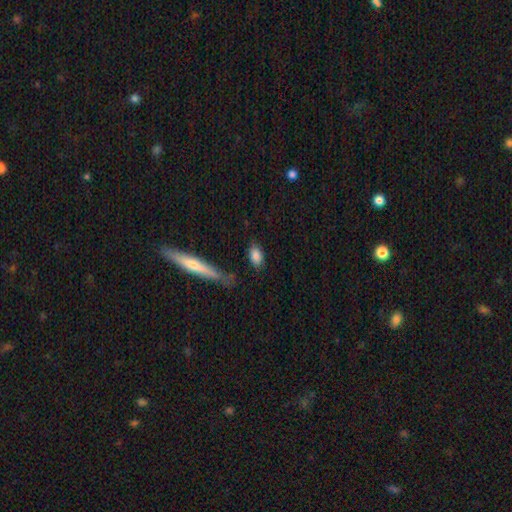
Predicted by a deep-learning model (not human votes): The model was most divided on "merging": none: 74%, minor disturbance: 17%, major disturbance: 5%, merger: 4%. More confident: smooth or featured — smooth (83%); how rounded — in between (80%).